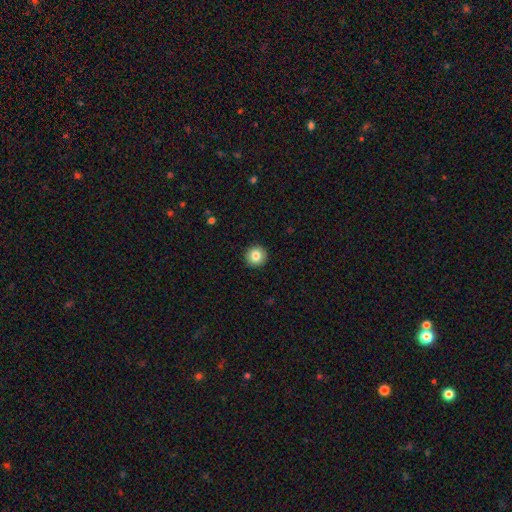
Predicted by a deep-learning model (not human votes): This is clearly a smooth galaxy (84%). How rounded: clearly round (96%). Merging: clearly none (93%).